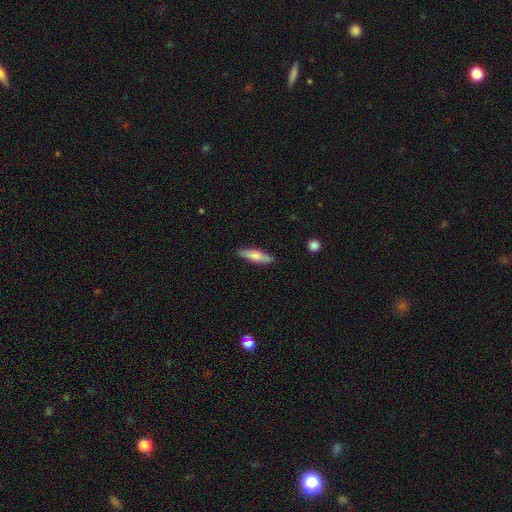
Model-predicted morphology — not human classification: smooth_or_featured: smooth (p=0.62) [alt: featured or disk p=0.32]
how_rounded: cigar-shaped (p=0.72) [alt: in between p=0.26]
merging: none (p=0.87) [alt: minor disturbance p=0.09]